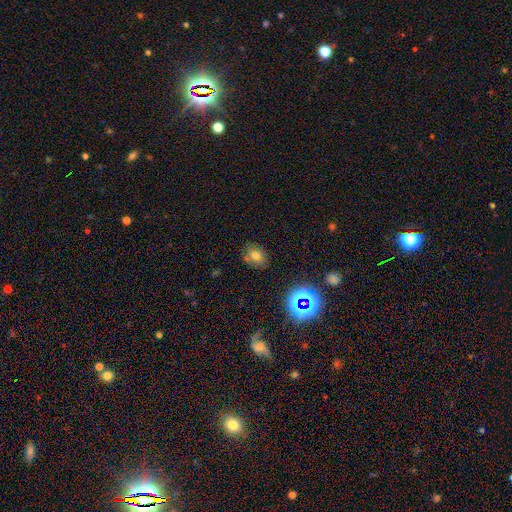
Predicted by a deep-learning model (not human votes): Smooth or featured?
  - smooth: 67% *
  - star or artifact: 21%
  - featured or disk: 12%
How rounded?
  - in between: 60% *
  - round: 39%
  - cigar-shaped: 1%
Merging?
  - none: 75% *
  - minor disturbance: 17%
  - major disturbance: 5%
  - merger: 3%